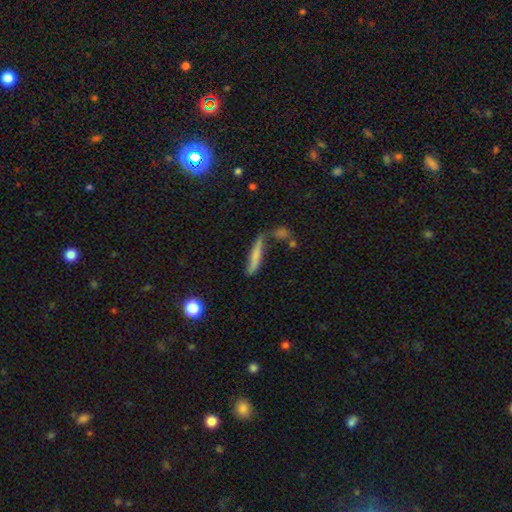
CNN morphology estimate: Overall: smooth (68%). How rounded: cigar-shaped (87%). Merging: none (56%; minor disturbance 23%).